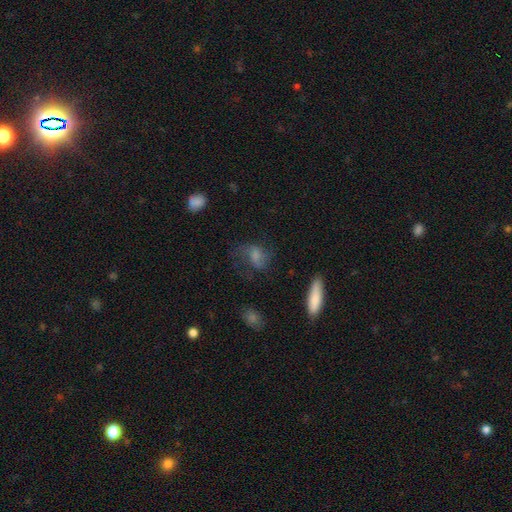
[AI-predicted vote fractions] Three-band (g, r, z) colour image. It shows a smooth galaxy with no disk features (55%) that is in between round and cigar-shaped (66%). Merging: none (51%).